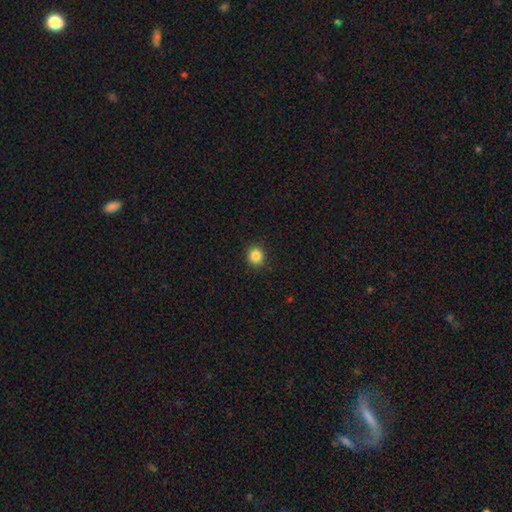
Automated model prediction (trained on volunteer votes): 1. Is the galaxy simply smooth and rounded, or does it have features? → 86% smooth, 10% star or artifact, 4% featured or disk.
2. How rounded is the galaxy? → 85% round, 14% in between, 1% cigar-shaped.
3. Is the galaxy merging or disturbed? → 91% none, 6% minor disturbance, 2% major disturbance, 1% merger.